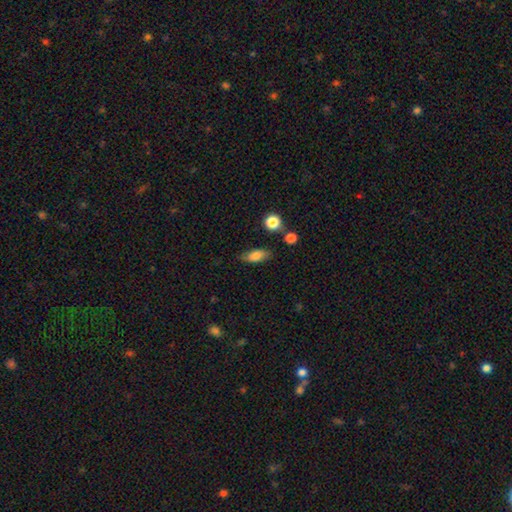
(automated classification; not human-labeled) smooth 77%, featured or disk 14%, star or artifact 8%. Down the decision tree: how rounded — in between (77%); merging — none (76%).